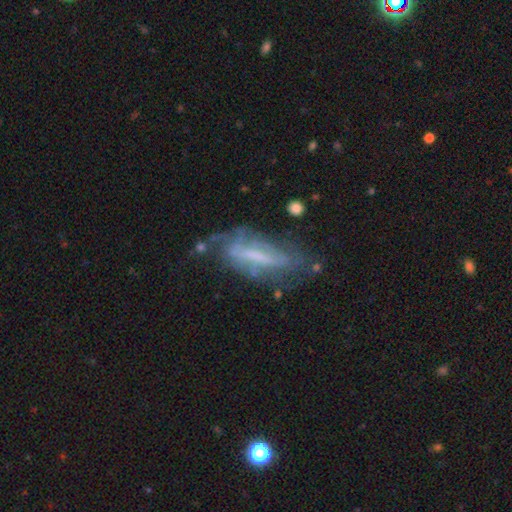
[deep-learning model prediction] Smooth or featured? Predicted: featured or disk (p=0.62). Edge-on disk? Predicted: no (p=0.67). Merging? Predicted: none (p=0.48).